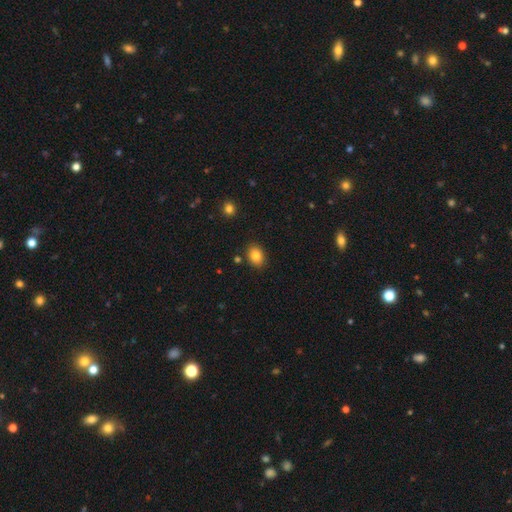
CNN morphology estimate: Smooth or featured: smooth — 84% (star or artifact — 9%)
How rounded: in between — 64% (round — 35%)
Merging: none — 86% (minor disturbance — 9%)